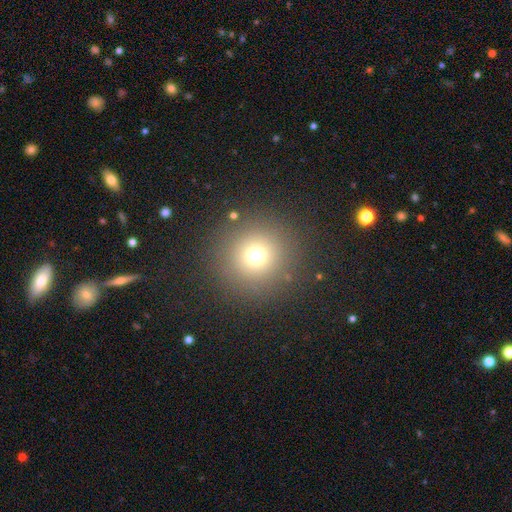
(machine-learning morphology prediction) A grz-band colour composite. It shows a smooth galaxy with no disk features (71%) that is round (95%). Merging: none (88%).